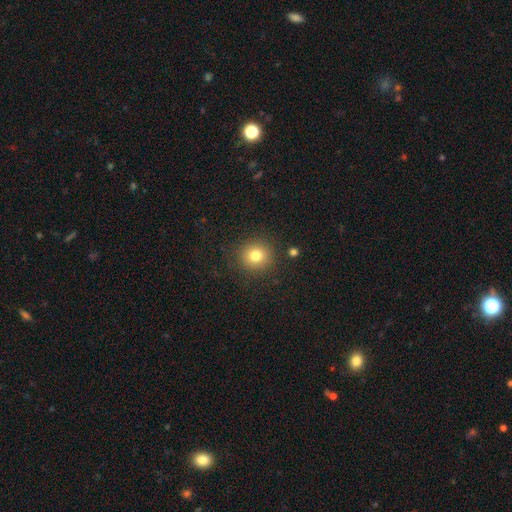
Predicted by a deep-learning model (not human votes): Smooth or featured: smooth — 79% (star or artifact — 12%)
How rounded: round — 88% (in between — 11%)
Merging: none — 88% (minor disturbance — 7%)